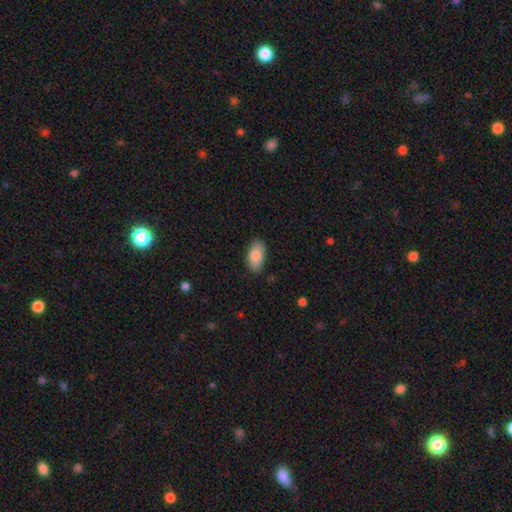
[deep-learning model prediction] smooth-or-featured: smooth: 86% | featured or disk: 7% | star or artifact: 6%
  how-rounded: in between: 94% | round: 3% | cigar-shaped: 3%
  merging: none: 83% | minor disturbance: 13% | major disturbance: 3% | merger: 1%